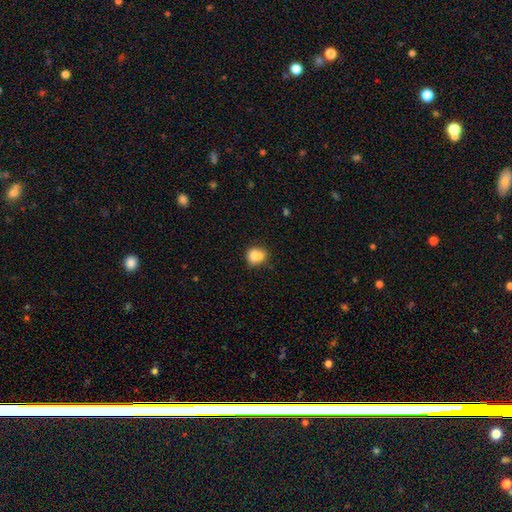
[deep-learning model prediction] smooth-or-featured: smooth: 79% | featured or disk: 12% | star or artifact: 9%
  how-rounded: round: 63% | in between: 36% | cigar-shaped: 1%
  merging: none: 45% | merger: 34% | minor disturbance: 16% | major disturbance: 5%